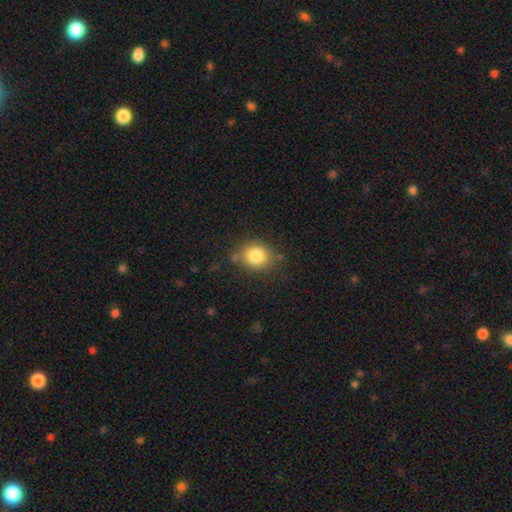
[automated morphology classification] Smooth or featured?
  - smooth: 83% *
  - star or artifact: 10%
  - featured or disk: 7%
How rounded?
  - round: 68% *
  - in between: 31%
  - cigar-shaped: 1%
Merging?
  - none: 77% *
  - minor disturbance: 14%
  - major disturbance: 5%
  - merger: 4%